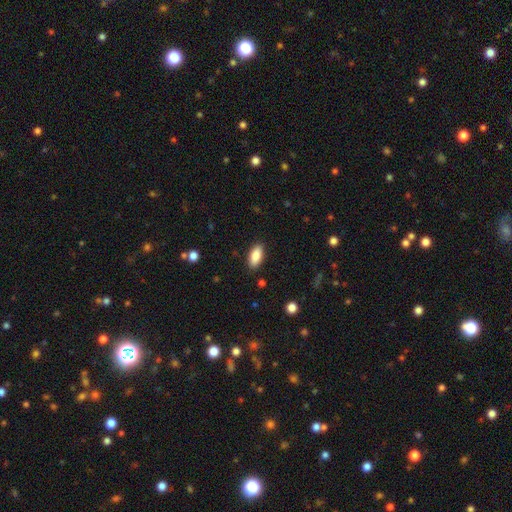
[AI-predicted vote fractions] smooth-or-featured: smooth: 87% | featured or disk: 7% | star or artifact: 7%
  how-rounded: in between: 89% | cigar-shaped: 9% | round: 2%
  merging: none: 88% | minor disturbance: 8% | major disturbance: 2% | merger: 1%